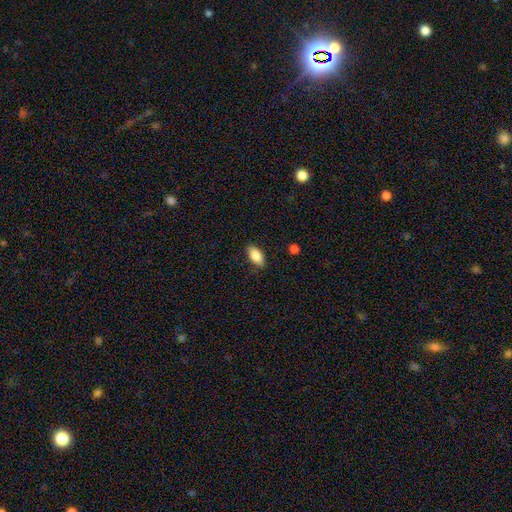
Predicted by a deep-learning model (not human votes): smooth-or-featured: smooth: 86% | featured or disk: 8% | star or artifact: 7%
  how-rounded: in between: 92% | cigar-shaped: 5% | round: 4%
  merging: none: 85% | minor disturbance: 11% | major disturbance: 3% | merger: 1%